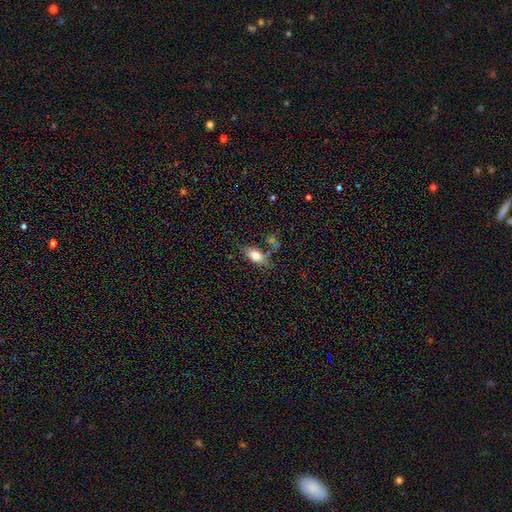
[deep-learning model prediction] Overall: smooth (77%). How rounded: in between (86%). Merging: none (63%).